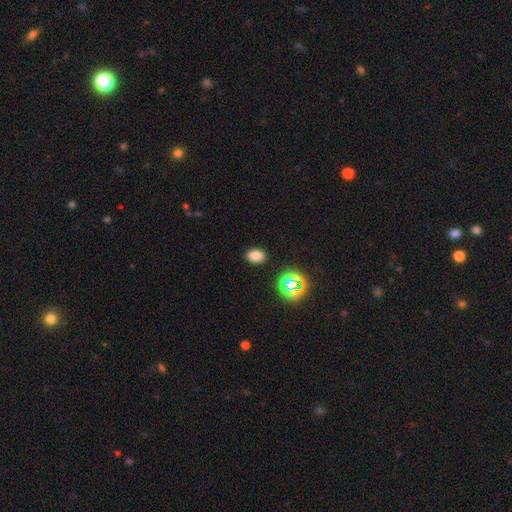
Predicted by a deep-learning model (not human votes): This appears to be a smooth galaxy with no disk features (78%) that is in between round and cigar-shaped (78%). Merging: none (88%).